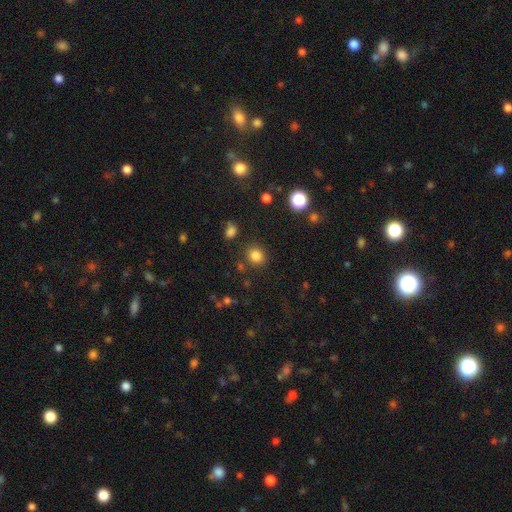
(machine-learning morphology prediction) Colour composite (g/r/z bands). It shows a smooth galaxy with no disk features (82%) that is round (77%). Merging: none (83%).